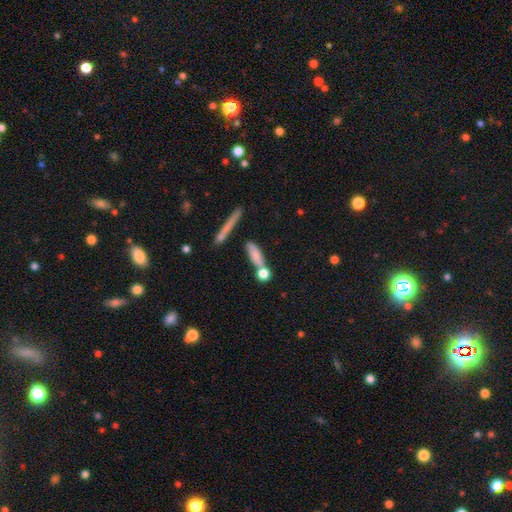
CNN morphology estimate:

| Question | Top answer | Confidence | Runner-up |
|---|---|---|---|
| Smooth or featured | smooth | 69% | featured or disk (21%) |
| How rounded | cigar-shaped | 52% | in between (32%) |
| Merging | none | 51% | merger (29%) |